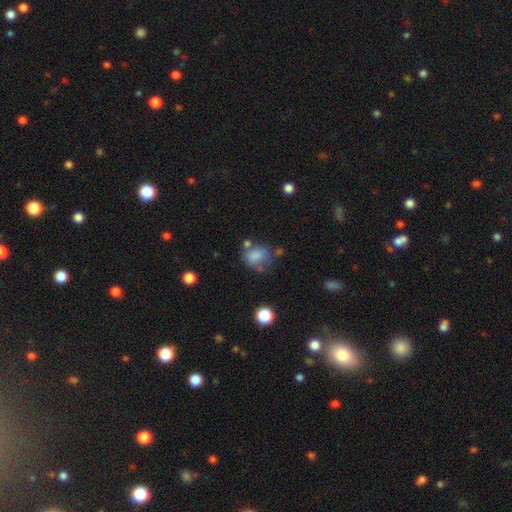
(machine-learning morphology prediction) Overall: smooth (76%). How rounded: in between (57%; round 42%). Merging: none (47%; minor disturbance 25%).